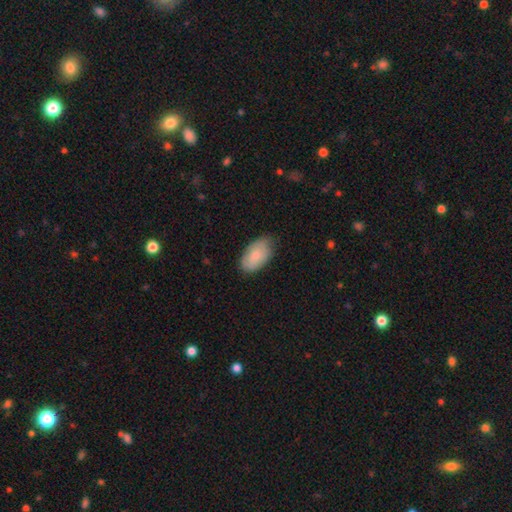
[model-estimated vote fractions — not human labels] Smooth or featured?
  - smooth: 80% *
  - featured or disk: 14%
  - star or artifact: 6%
How rounded?
  - in between: 94% *
  - round: 4%
  - cigar-shaped: 2%
Merging?
  - none: 73% *
  - minor disturbance: 22%
  - major disturbance: 4%
  - merger: 1%